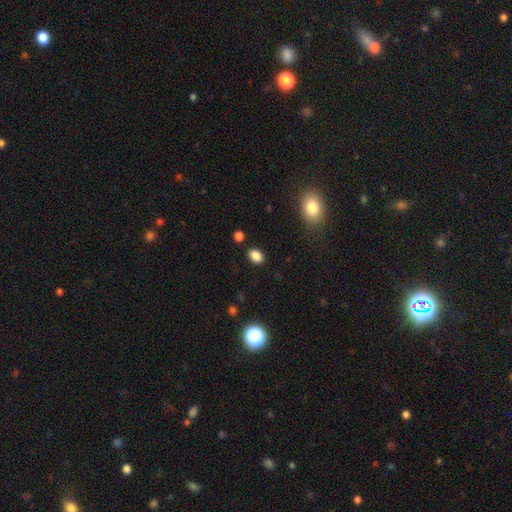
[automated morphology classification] type=smooth (85%); roundness=in between (81%); merging=none (86%).